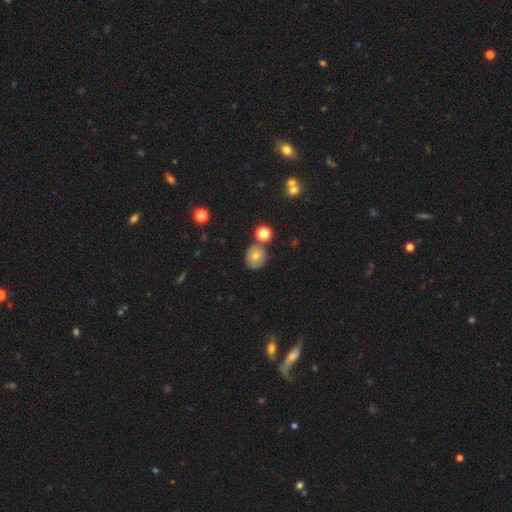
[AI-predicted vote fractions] A smooth galaxy with no disk features (73%) that is round (82%). Merging: none (74%).